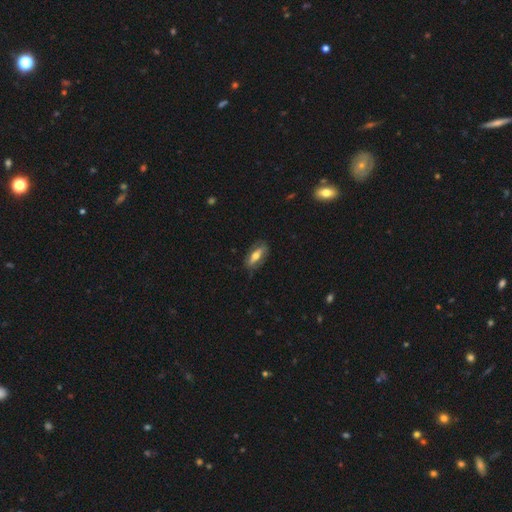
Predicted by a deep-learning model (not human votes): A smooth galaxy with no disk features (49%).

Vote fractions:
- Smooth or featured? smooth: 49% / featured or disk: 44% / star or artifact: 7%
- Merging? none: 76% / minor disturbance: 17% / major disturbance: 5% / merger: 1%